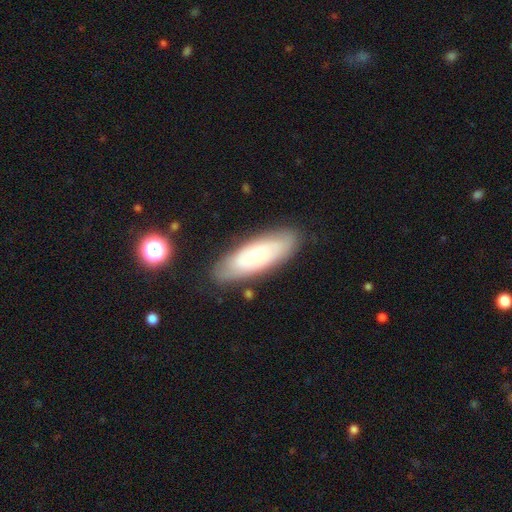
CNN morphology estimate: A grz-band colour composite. It shows a smooth galaxy with no disk features (50%) that is in between round and cigar-shaped (67%). Merging: none (81%).